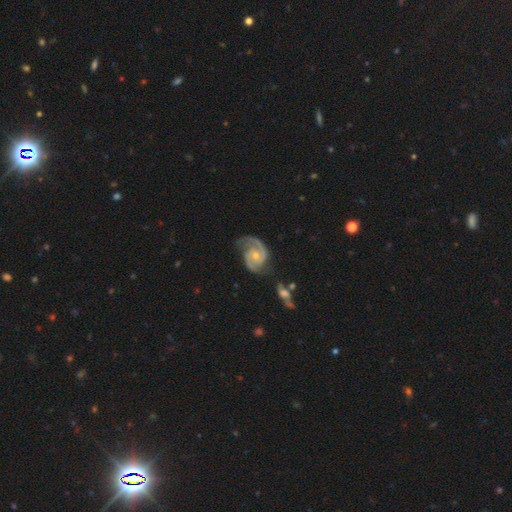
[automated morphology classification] featured or disk 89%, smooth 7%, star or artifact 4%. Down the decision tree: edge-on disk — no (98%); bar — no (65%); spiral arms — yes (97%); spiral arm count — 2 (83%); spiral winding — medium (50%); bulge size — small (55%); merging — none (56%).